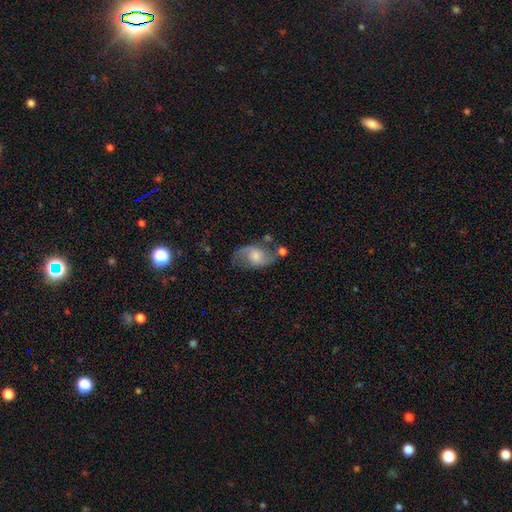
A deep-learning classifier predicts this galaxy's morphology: smooth_or_featured: featured or disk (p=0.63) [alt: smooth p=0.29]
disk_edge_on: no (p=0.96) [alt: yes p=0.04]
bar: no (p=0.60) [alt: weak p=0.33]
has_spiral_arms: yes (p=0.88) [alt: no p=0.12]
spiral_winding: loose (p=0.56) [alt: medium p=0.35]
spiral_arm_count: 2 (p=0.87) [alt: can't tell p=0.05]
bulge_size: small (p=0.43) [alt: moderate p=0.39]
merging: none (p=0.54) [alt: minor disturbance p=0.23]